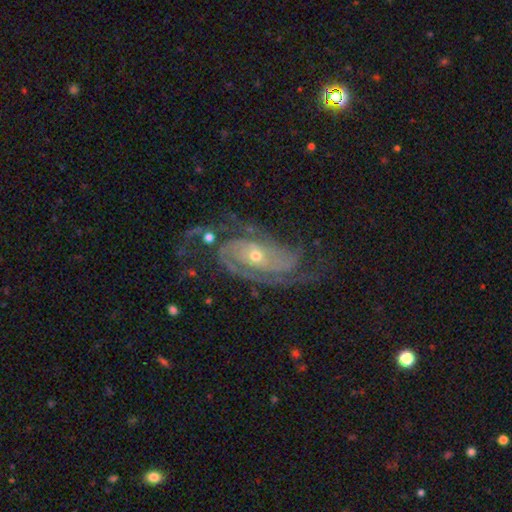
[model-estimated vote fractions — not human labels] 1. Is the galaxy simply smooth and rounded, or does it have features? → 90% featured or disk, 6% star or artifact, 4% smooth.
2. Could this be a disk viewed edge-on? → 96% no, 4% yes.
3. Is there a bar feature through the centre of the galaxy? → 67% no, 23% weak, 10% strong.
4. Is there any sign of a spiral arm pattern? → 98% yes, 2% no.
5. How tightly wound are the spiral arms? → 51% tight, 39% medium, 10% loose.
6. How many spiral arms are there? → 46% 2, 25% 3, 11% can't tell, 8% 4, 5% 1, 5% more than 4.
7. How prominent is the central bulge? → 61% small, 36% moderate, 2% large, 1% none, 1% dominant.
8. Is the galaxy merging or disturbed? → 65% none, 18% minor disturbance, 14% major disturbance, 3% merger.